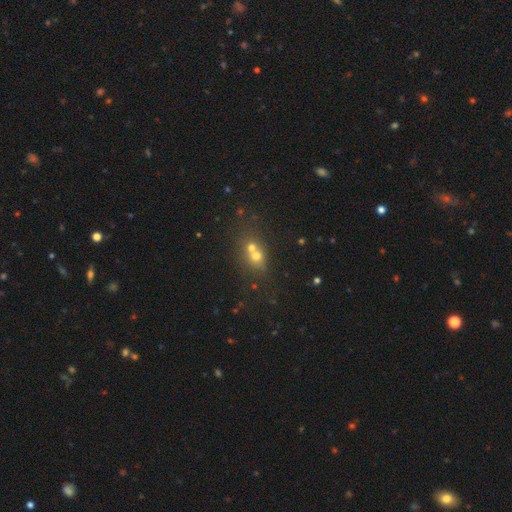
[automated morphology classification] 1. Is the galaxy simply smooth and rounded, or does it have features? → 56% smooth, 23% featured or disk, 20% star or artifact.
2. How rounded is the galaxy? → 63% round, 34% in between, 2% cigar-shaped.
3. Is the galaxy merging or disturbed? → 58% merger, 32% none, 7% minor disturbance, 4% major disturbance.